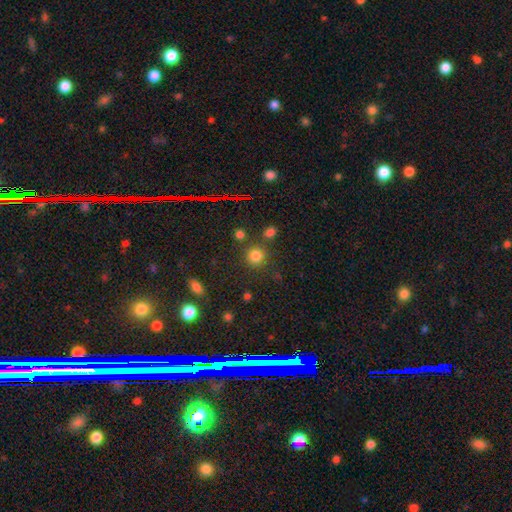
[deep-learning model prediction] Smooth or featured: smooth — 76% (star or artifact — 18%)
How rounded: round — 90% (in between — 9%)
Merging: none — 77% (merger — 9%)